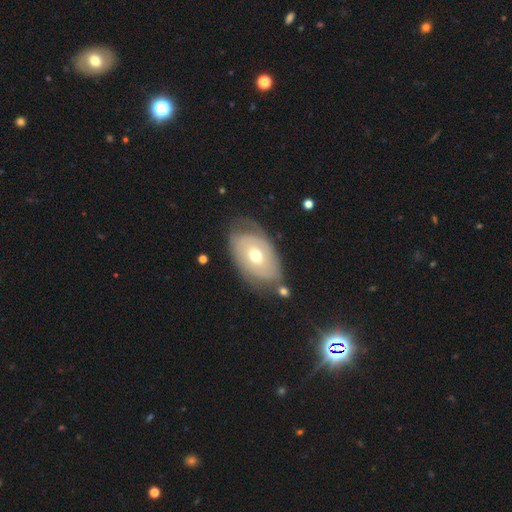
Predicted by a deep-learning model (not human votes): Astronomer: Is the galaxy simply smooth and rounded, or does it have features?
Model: featured or disk — 56% (runner-up: smooth, 38%).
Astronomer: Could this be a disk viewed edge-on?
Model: no — 91%.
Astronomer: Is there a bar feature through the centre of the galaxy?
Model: no — 78%.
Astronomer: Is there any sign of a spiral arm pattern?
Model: yes — 51% (runner-up: no, 49%).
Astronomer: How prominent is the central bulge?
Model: moderate — 72%.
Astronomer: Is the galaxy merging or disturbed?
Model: none — 61%.